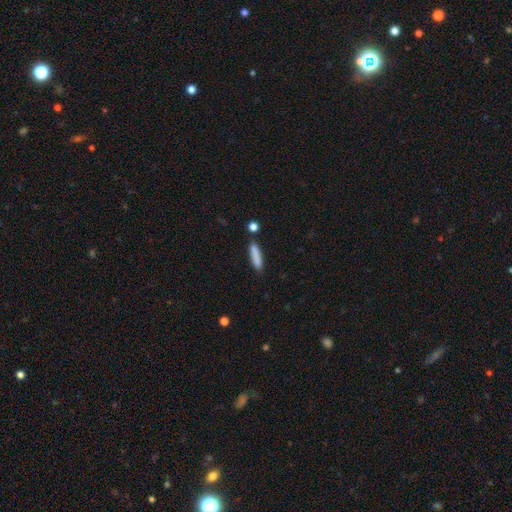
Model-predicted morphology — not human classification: The model was most divided on "how rounded": cigar-shaped: 83%, in between: 15%, round: 2%. More confident: smooth or featured — smooth (84%); merging — none (80%).